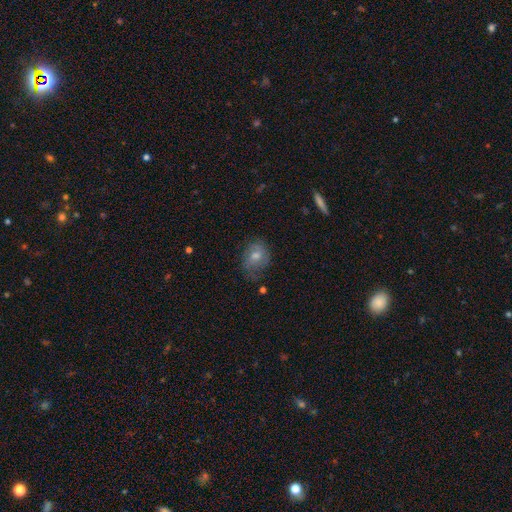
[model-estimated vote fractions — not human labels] A featured or disk galaxy (48%).

Vote fractions:
- Smooth or featured? featured or disk: 48% / smooth: 39% / star or artifact: 13%
- Merging? none: 65% / minor disturbance: 24% / major disturbance: 10% / merger: 2%